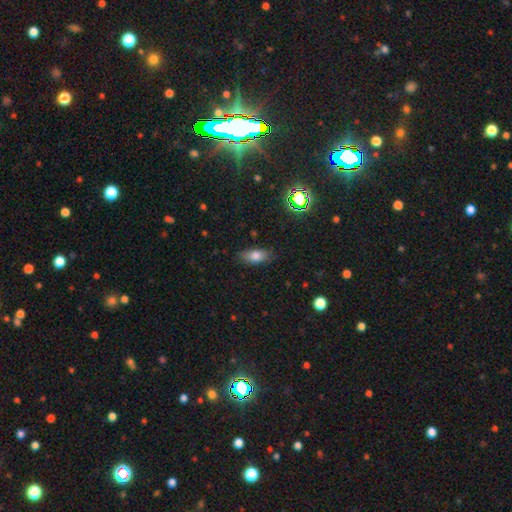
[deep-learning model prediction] A smooth galaxy with no disk features (75%) that is in between round and cigar-shaped (82%).

Vote fractions:
- Smooth or featured? smooth: 75% / featured or disk: 14% / star or artifact: 11%
- How rounded? in between: 82% / cigar-shaped: 12% / round: 5%
- Merging? none: 81% / minor disturbance: 14% / major disturbance: 3% / merger: 1%